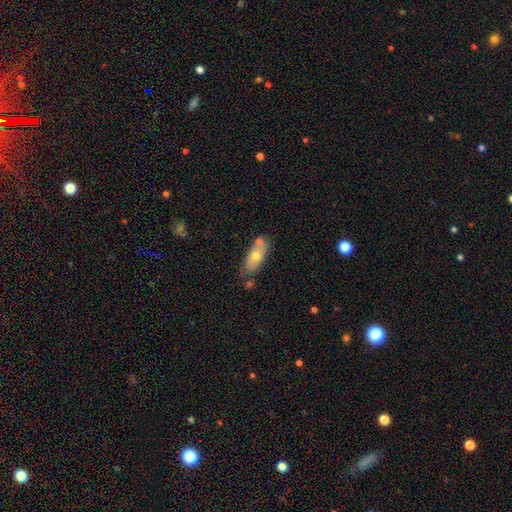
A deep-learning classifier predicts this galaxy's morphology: smooth_or_featured: smooth (p=0.64) [alt: featured or disk p=0.30]
how_rounded: in between (p=0.84) [alt: cigar-shaped p=0.11]
merging: none (p=0.58) [alt: merger p=0.19]